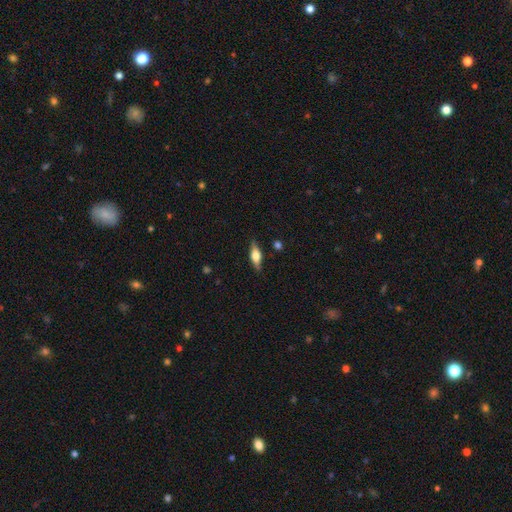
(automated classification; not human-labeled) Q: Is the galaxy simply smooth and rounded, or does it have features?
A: featured or disk — 47%.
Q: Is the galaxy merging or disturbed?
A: none — 83%.